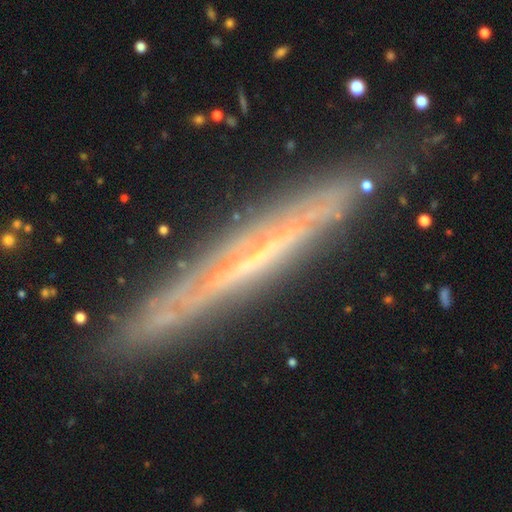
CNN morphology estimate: Q: Smooth or featured?
A: featured or disk (70%); runner-up: smooth (21%)
Q: Edge-on disk?
A: yes (85%); runner-up: no (15%)
Q: Edge-on bulge?
A: none (84%); runner-up: rounded (10%)
Q: Merging?
A: none (82%); runner-up: minor disturbance (13%)